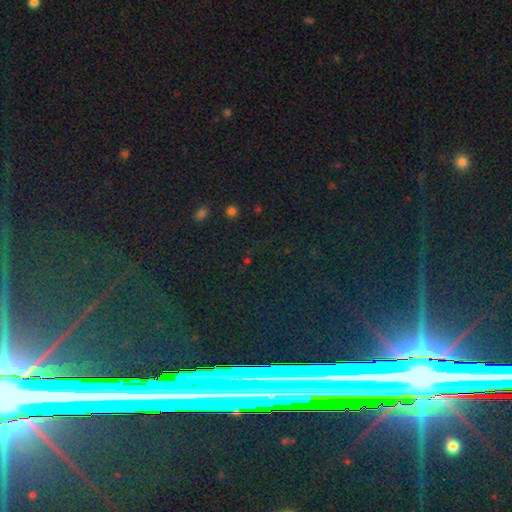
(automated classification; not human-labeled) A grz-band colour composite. It shows a star or artifact, not a galaxy (80%).